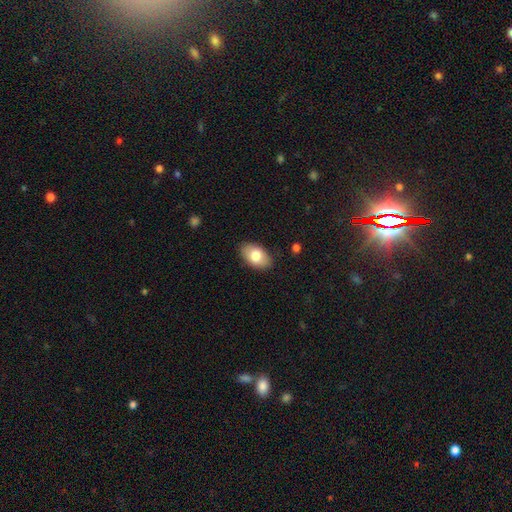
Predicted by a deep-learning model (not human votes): smooth_or_featured: smooth (p=0.79) [alt: featured or disk p=0.15]
how_rounded: in between (p=0.93) [alt: round p=0.05]
merging: none (p=0.86) [alt: minor disturbance p=0.10]